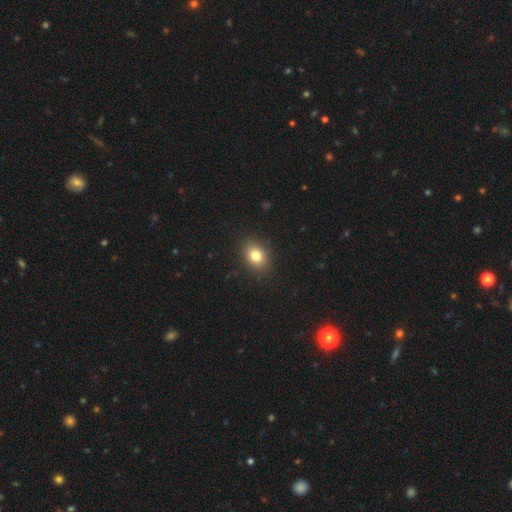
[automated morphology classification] Overall: smooth (80%). How rounded: in between (61%; round 38%). Merging: none (88%).